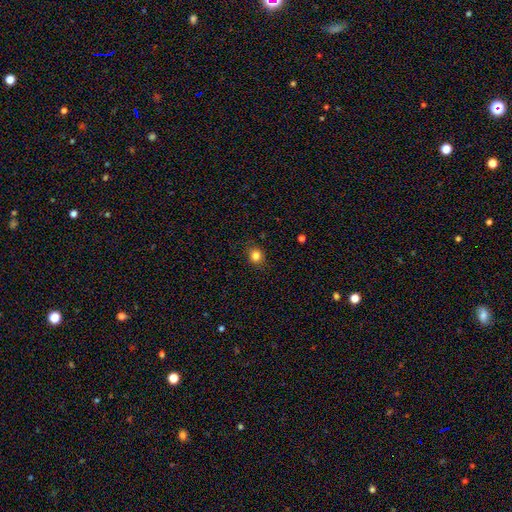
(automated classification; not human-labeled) Smooth or featured?
  - smooth: 82% *
  - star or artifact: 12%
  - featured or disk: 5%
How rounded?
  - round: 76% *
  - in between: 23%
  - cigar-shaped: 1%
Merging?
  - none: 86% *
  - minor disturbance: 10%
  - major disturbance: 3%
  - merger: 1%